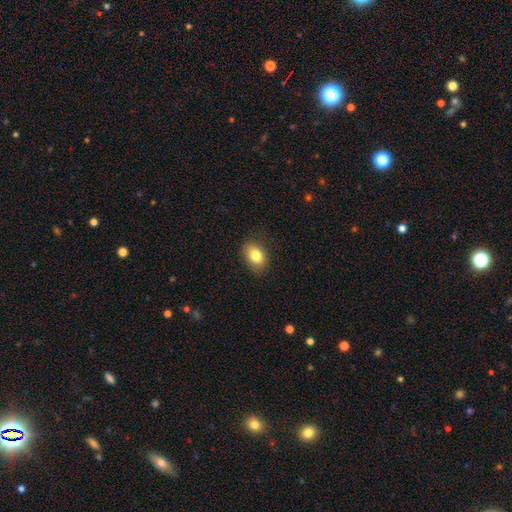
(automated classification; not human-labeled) Overall: smooth (82%). How rounded: in between (76%). Merging: none (84%).